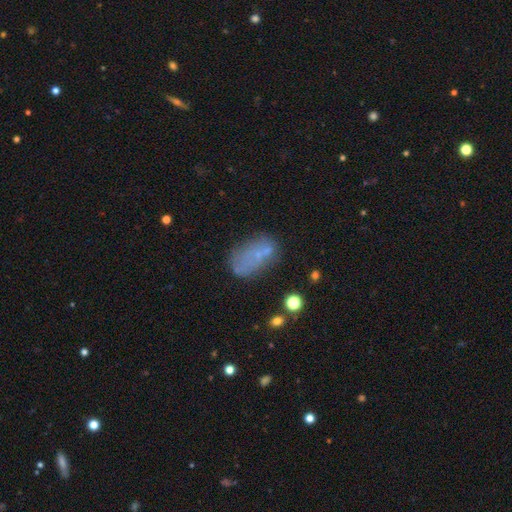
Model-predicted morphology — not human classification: smooth-or-featured: smooth: 54% | featured or disk: 28% | star or artifact: 18%
  how-rounded: in between: 87% | round: 9% | cigar-shaped: 4%
  merging: none: 53% | minor disturbance: 21% | merger: 13% | major disturbance: 12%